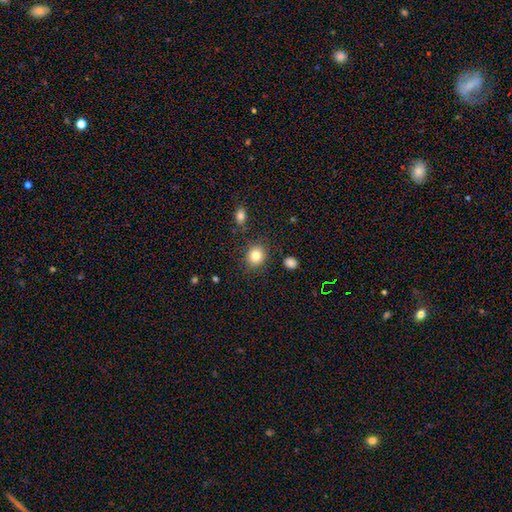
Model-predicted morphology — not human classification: Smooth or featured?
  - smooth: 83% *
  - star or artifact: 10%
  - featured or disk: 7%
How rounded?
  - round: 81% *
  - in between: 18%
  - cigar-shaped: 1%
Merging?
  - none: 86% *
  - minor disturbance: 9%
  - major disturbance: 3%
  - merger: 3%